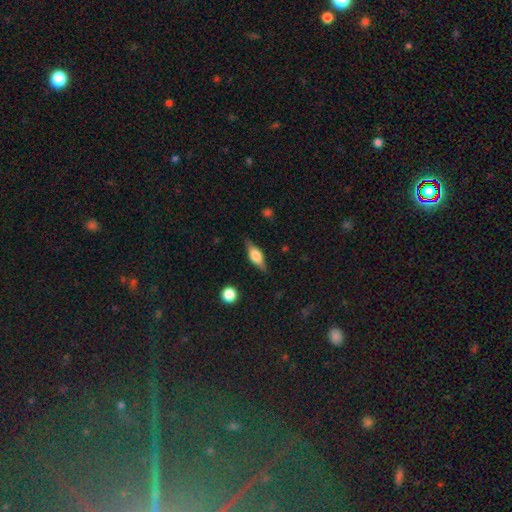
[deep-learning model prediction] This appears to be a featured or disk galaxy (52%) viewed edge-on (93%). Merging: none (83%).